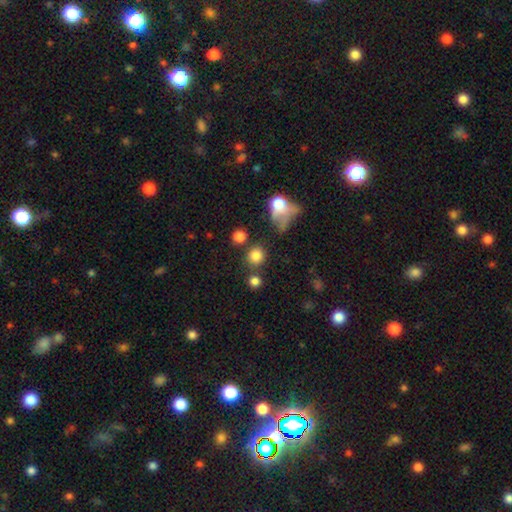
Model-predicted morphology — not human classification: type=smooth (82%); roundness=round (86%); merging=none (72%).